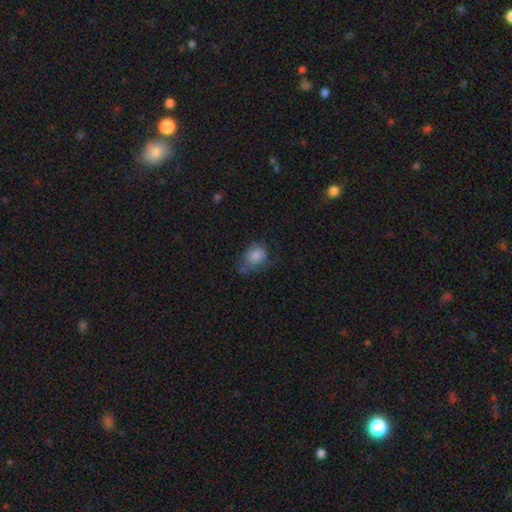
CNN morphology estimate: Smooth or featured? smooth (77%)
How rounded? in between (56%)
Merging? none (45%)